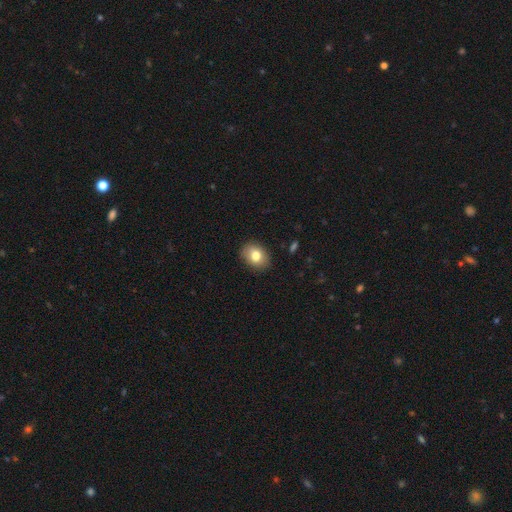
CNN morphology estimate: Smooth or featured?
  - smooth: 79% *
  - featured or disk: 12%
  - star or artifact: 9%
How rounded?
  - in between: 66% *
  - round: 33%
  - cigar-shaped: 1%
Merging?
  - none: 88% *
  - minor disturbance: 9%
  - major disturbance: 2%
  - merger: 1%